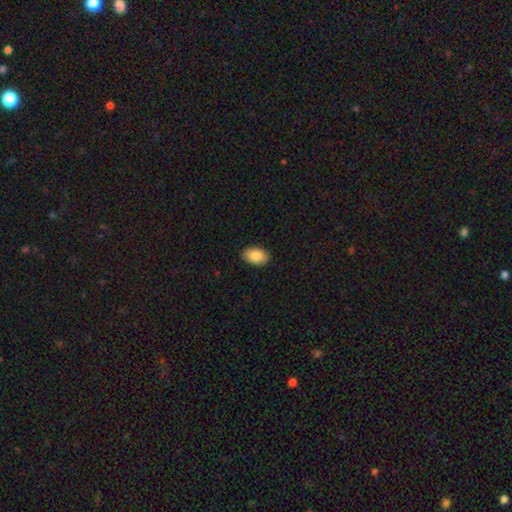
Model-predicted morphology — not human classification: A smooth galaxy with no disk features (88%) that is in between round and cigar-shaped (91%).

Vote fractions:
- Smooth or featured? smooth: 88% / star or artifact: 7% / featured or disk: 6%
- How rounded? in between: 91% / round: 8% / cigar-shaped: 1%
- Merging? none: 90% / minor disturbance: 8% / major disturbance: 2% / merger: 1%